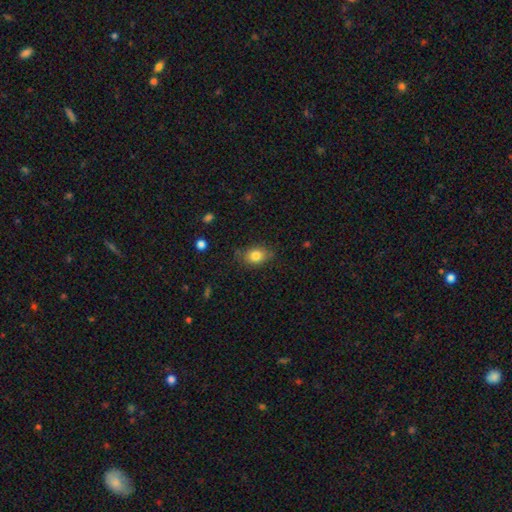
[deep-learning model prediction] Q: Smooth or featured?
A: smooth (82%); runner-up: star or artifact (9%)
Q: How rounded?
A: in between (66%); runner-up: round (33%)
Q: Merging?
A: none (75%); runner-up: minor disturbance (19%)